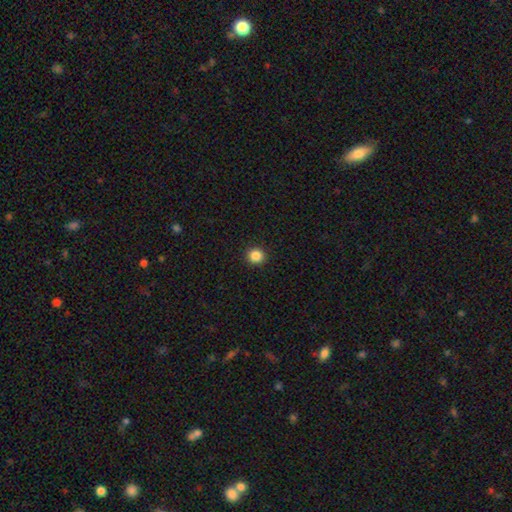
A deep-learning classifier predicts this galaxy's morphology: type=smooth (86%); roundness=round (91%); merging=none (93%).